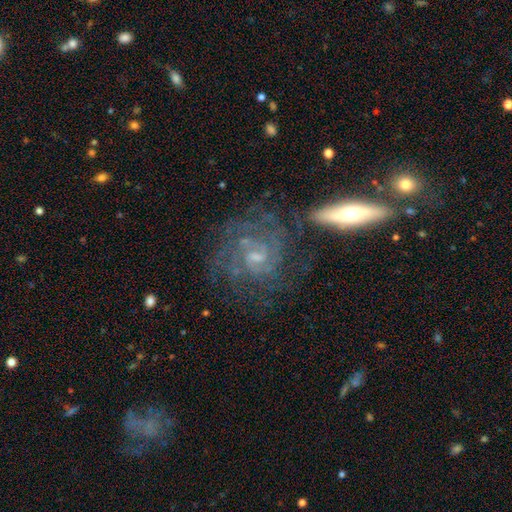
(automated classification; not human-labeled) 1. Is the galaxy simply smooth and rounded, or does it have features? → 82% featured or disk, 10% smooth, 9% star or artifact.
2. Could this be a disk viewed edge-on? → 93% no, 7% yes.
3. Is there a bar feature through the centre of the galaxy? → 48% no, 41% weak, 11% strong.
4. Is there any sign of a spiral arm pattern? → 92% yes, 8% no.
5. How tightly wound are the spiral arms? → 59% tight, 32% medium, 9% loose.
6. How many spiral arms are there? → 33% 2 (tied), 33% can't tell (tied), 16% 3, 8% 4, 5% more than 4, 5% 1.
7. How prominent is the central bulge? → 59% small, 27% moderate, 11% none, 2% large, 1% dominant.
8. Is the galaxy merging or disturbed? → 67% none, 16% minor disturbance, 10% major disturbance, 6% merger.